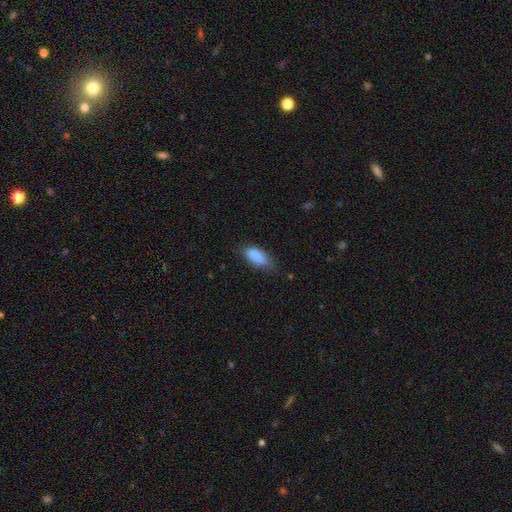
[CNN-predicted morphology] type=smooth (86%); roundness=in between (86%); merging=none (56%).